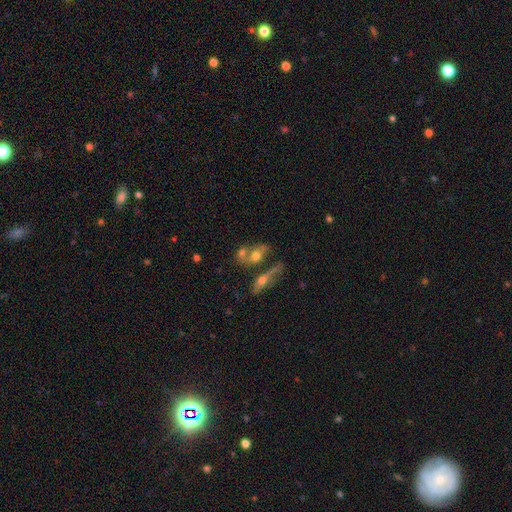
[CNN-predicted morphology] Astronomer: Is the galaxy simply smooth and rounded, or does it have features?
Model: smooth — 53% (runner-up: featured or disk, 37%).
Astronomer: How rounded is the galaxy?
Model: in between — 67%.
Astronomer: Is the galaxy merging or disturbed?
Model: merger — 51% (runner-up: none, 30%).